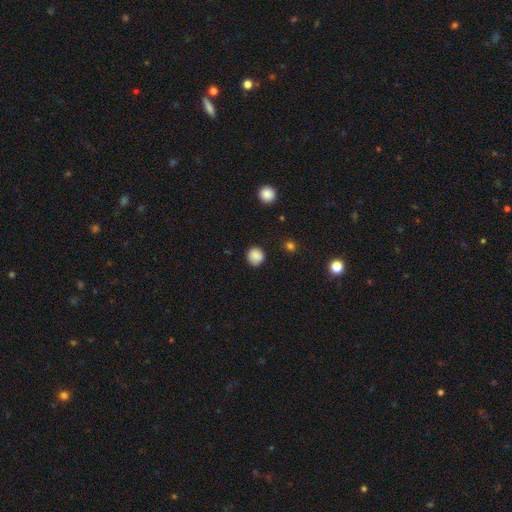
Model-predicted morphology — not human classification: type=smooth (86%); roundness=round (91%); merging=none (85%).